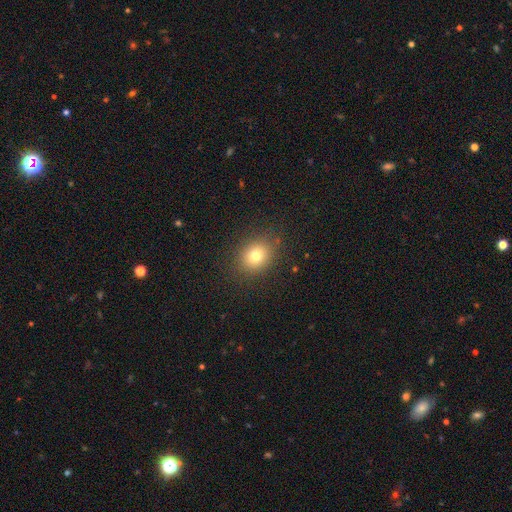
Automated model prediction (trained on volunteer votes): Smooth or featured? smooth (77%)
How rounded? round (60%)
Merging? none (86%)